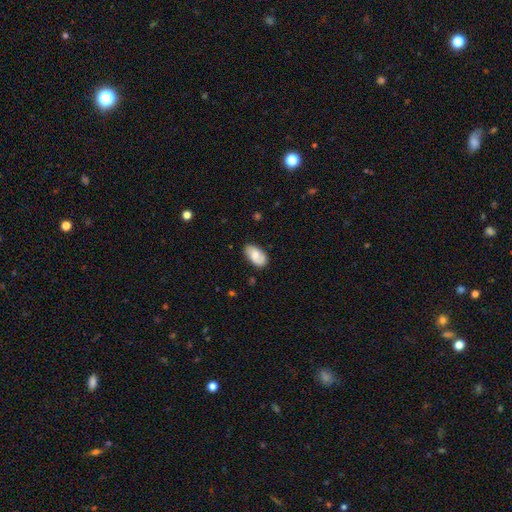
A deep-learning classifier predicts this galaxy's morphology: A smooth galaxy with no disk features (63%) that is in between round and cigar-shaped (94%). Merging: none (74%).